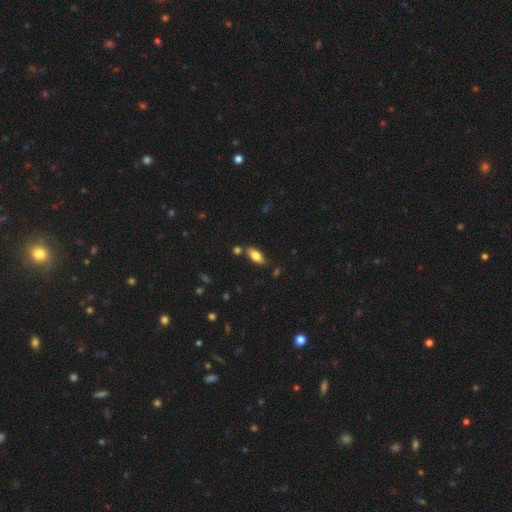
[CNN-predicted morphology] This appears to be a smooth galaxy with no disk features (73%) that is in between round and cigar-shaped (84%). Merging: none (79%).